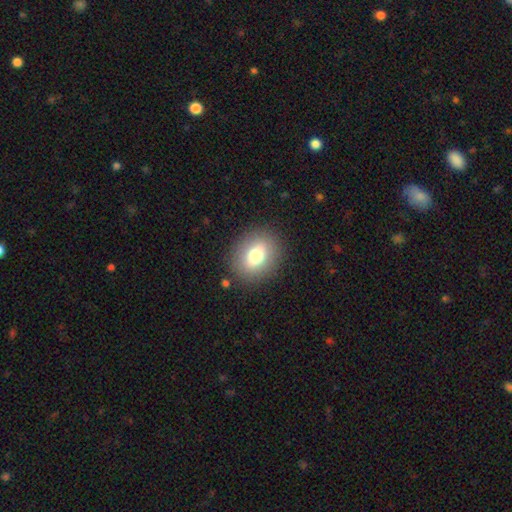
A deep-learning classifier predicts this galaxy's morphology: Smooth or featured? smooth (73%)
How rounded? round (56%)
Merging? none (87%)